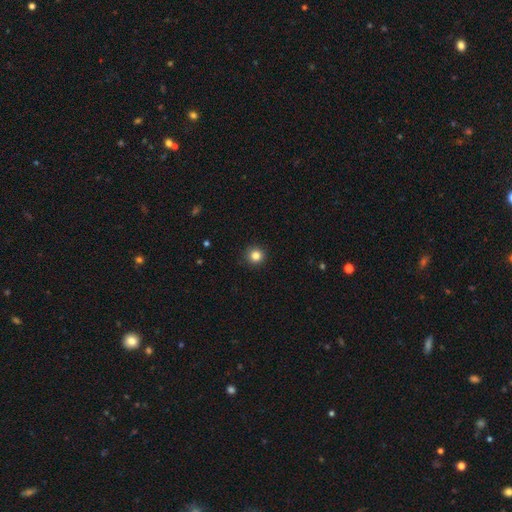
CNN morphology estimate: This appears to be a smooth galaxy with no disk features (84%) that is round (95%). Merging: none (92%).